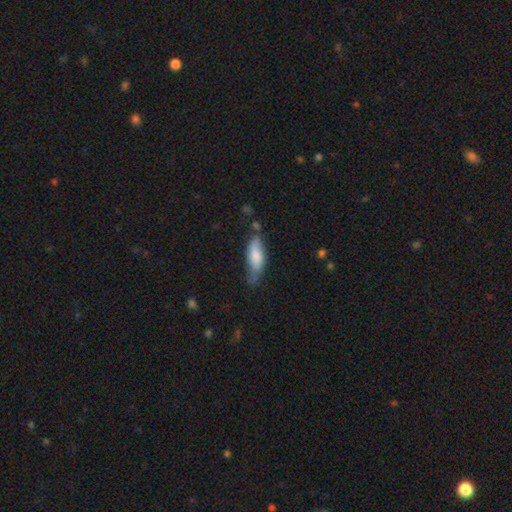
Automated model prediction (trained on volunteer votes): smooth_or_featured: smooth (p=0.72) [alt: featured or disk p=0.22]
how_rounded: in between (p=0.59) [alt: cigar-shaped p=0.39]
merging: none (p=0.46) [alt: minor disturbance p=0.37]